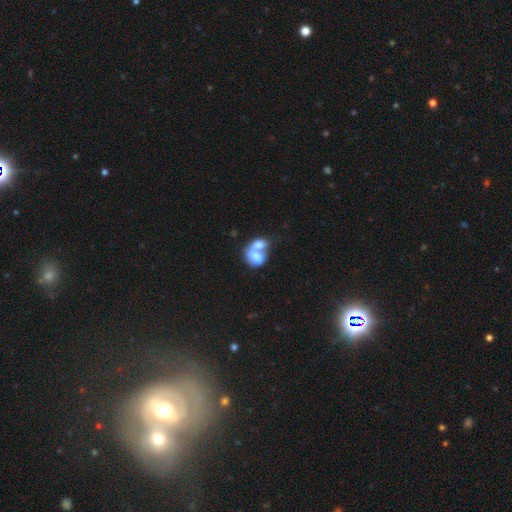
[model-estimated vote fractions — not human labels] smooth-or-featured: smooth: 58% | featured or disk: 34% | star or artifact: 8%
  how-rounded: in between: 74% | round: 23% | cigar-shaped: 3%
  merging: merger: 72% | none: 13% | major disturbance: 9% | minor disturbance: 7%